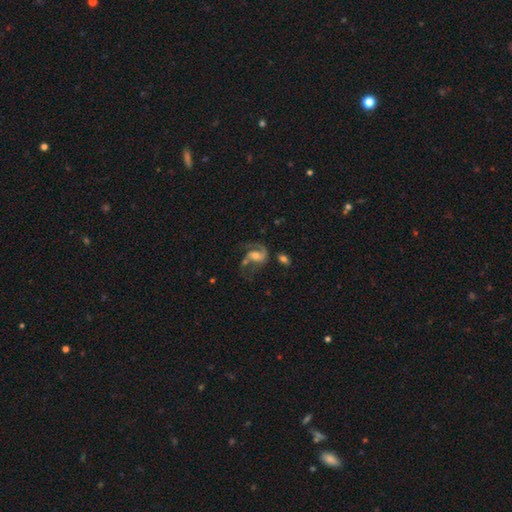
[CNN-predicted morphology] Q: Smooth or featured?
A: featured or disk (77%); runner-up: smooth (16%)
Q: Edge-on disk?
A: no (97%); runner-up: yes (3%)
Q: Bar?
A: no (51%); runner-up: weak (36%)
Q: Spiral arms?
A: yes (91%); runner-up: no (9%)
Q: Spiral winding?
A: medium (45%); runner-up: loose (42%)
Q: Spiral arm count?
A: 2 (69%); runner-up: 1 (22%)
Q: Bulge size?
A: moderate (57%); runner-up: small (27%)
Q: Merging?
A: none (39%); runner-up: major disturbance (32%)